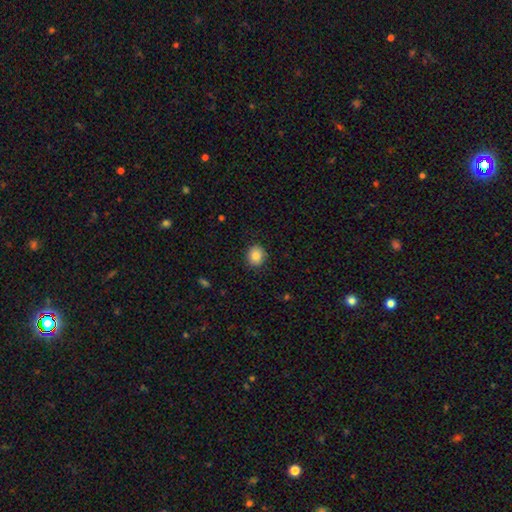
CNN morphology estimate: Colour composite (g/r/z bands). It shows a smooth galaxy with no disk features (85%) that is round (80%). Merging: none (89%).